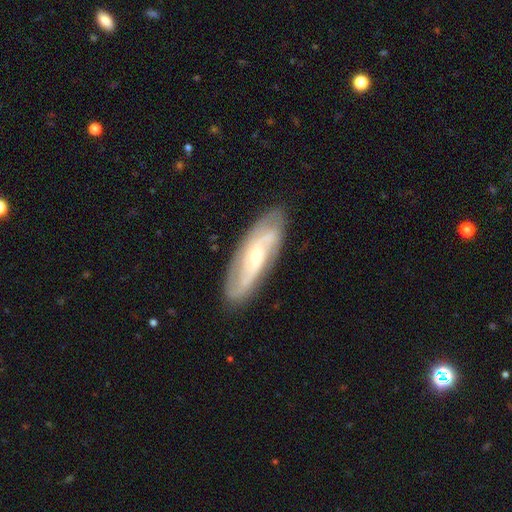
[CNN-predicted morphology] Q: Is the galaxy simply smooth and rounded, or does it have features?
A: featured or disk — 75%.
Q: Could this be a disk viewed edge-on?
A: no — 85%.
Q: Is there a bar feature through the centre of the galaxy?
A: no — 53%.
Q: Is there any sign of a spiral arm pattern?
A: yes — 91%.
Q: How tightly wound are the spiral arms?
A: medium — 43%.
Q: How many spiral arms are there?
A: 2 — 51%.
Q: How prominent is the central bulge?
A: small — 58%.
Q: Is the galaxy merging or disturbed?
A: none — 82%.